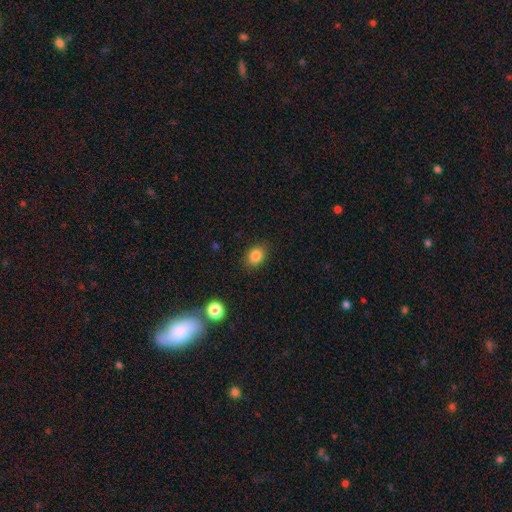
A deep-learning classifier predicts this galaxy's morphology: Smooth or featured? smooth (84%)
How rounded? in between (59%)
Merging? none (85%)